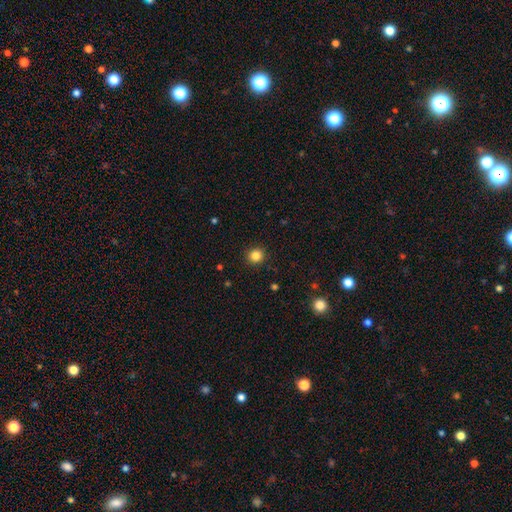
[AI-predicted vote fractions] Smooth or featured? Predicted: smooth (p=0.83). How rounded? Predicted: round (p=0.92). Merging? Predicted: none (p=0.92).